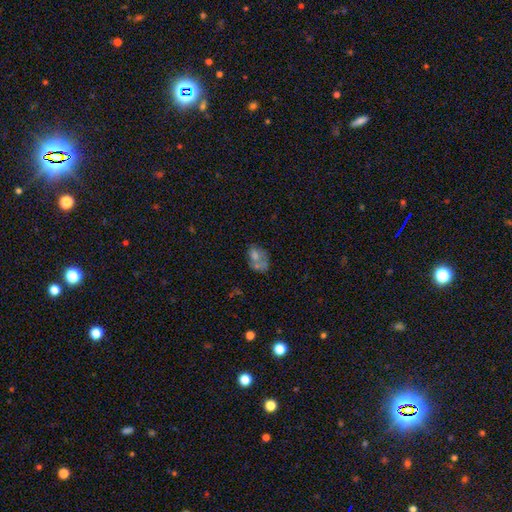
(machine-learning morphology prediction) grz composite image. It shows a smooth galaxy with no disk features (44%). Merging: none (33%).